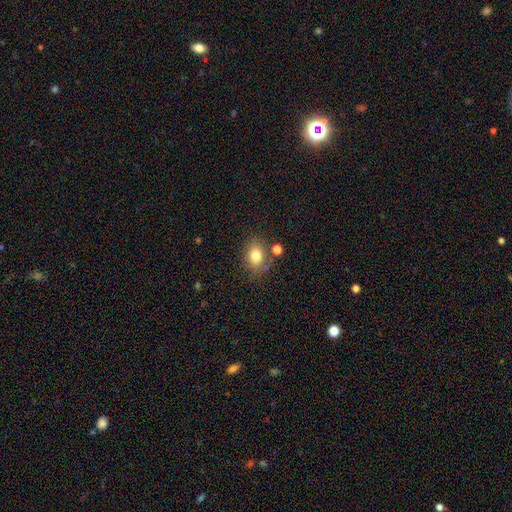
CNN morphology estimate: Overall: smooth (79%). How rounded: in between (58%; round 41%). Merging: none (73%).